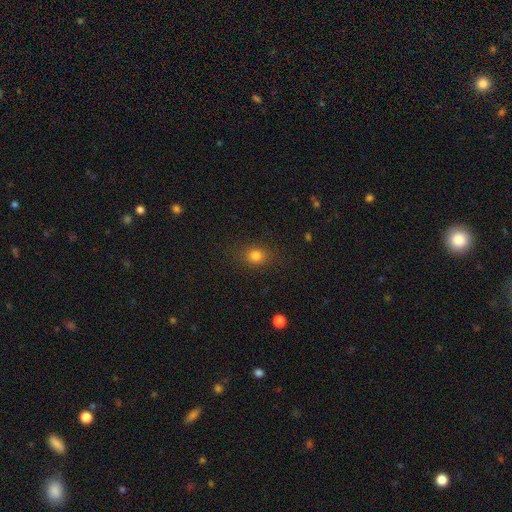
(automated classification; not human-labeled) smooth_or_featured: smooth (p=0.81) [alt: star or artifact p=0.13]
how_rounded: round (p=0.60) [alt: in between p=0.39]
merging: none (p=0.84) [alt: minor disturbance p=0.11]